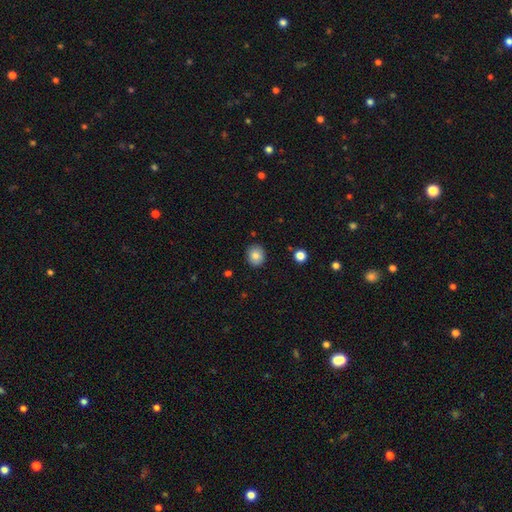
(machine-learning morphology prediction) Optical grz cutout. It shows a smooth galaxy with no disk features (82%) that is round (71%). Merging: none (88%).